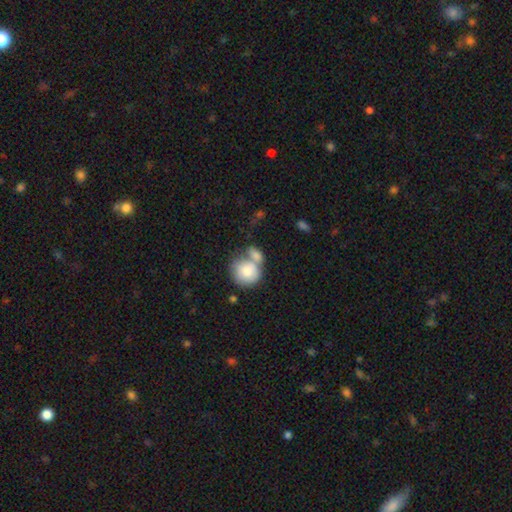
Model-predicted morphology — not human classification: This appears to be a smooth galaxy with no disk features (77%) that is round (70%). Merging: merger (51%).